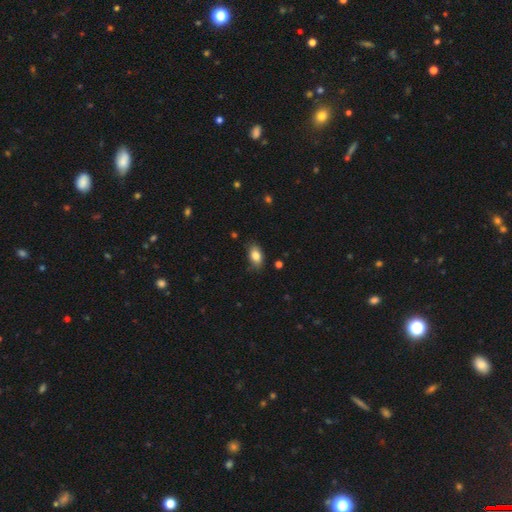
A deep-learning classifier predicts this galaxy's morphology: smooth 84%, featured or disk 8%, star or artifact 8%. Down the decision tree: how rounded — in between (90%); merging — none (80%).